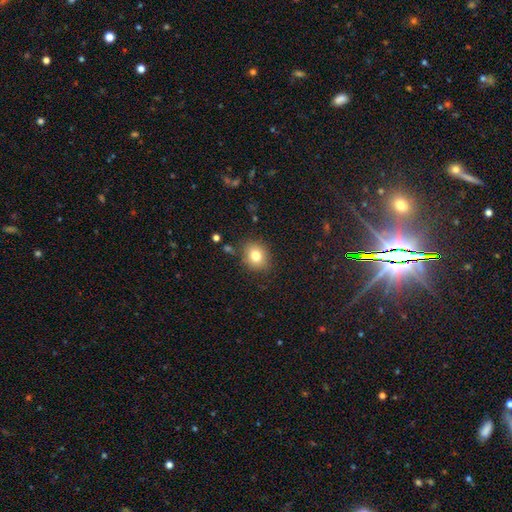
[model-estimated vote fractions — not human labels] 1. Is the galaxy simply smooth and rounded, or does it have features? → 80% smooth, 11% star or artifact, 9% featured or disk.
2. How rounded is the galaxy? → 70% round, 30% in between, 1% cigar-shaped.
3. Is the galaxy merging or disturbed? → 84% none, 11% minor disturbance, 3% major disturbance, 2% merger.